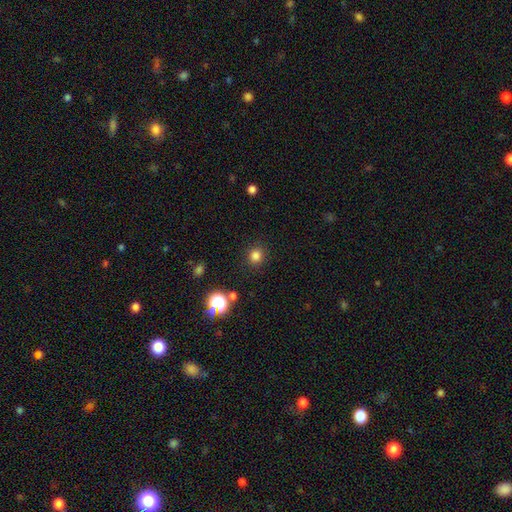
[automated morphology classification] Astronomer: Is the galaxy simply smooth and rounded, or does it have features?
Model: smooth — 80%.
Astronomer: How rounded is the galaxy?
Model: round — 88%.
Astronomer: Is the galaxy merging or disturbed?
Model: none — 89%.